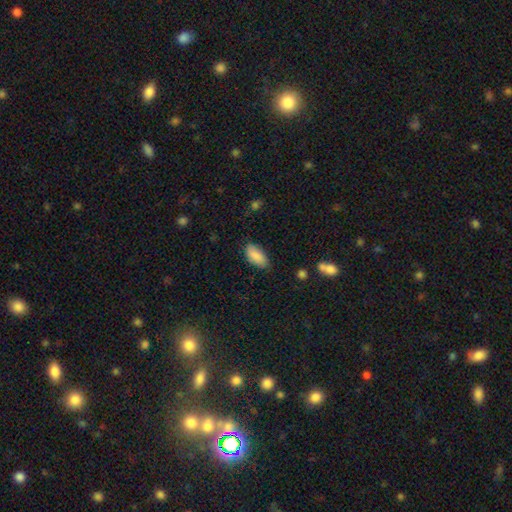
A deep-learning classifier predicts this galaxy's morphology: Q: Smooth or featured?
A: smooth (87%); runner-up: star or artifact (7%)
Q: How rounded?
A: in between (90%); runner-up: cigar-shaped (7%)
Q: Merging?
A: none (77%); runner-up: minor disturbance (18%)